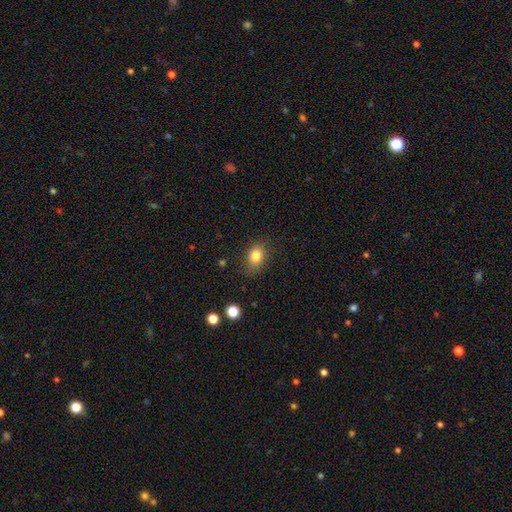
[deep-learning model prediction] Overall: smooth (83%). How rounded: in between (66%; round 33%). Merging: none (80%).